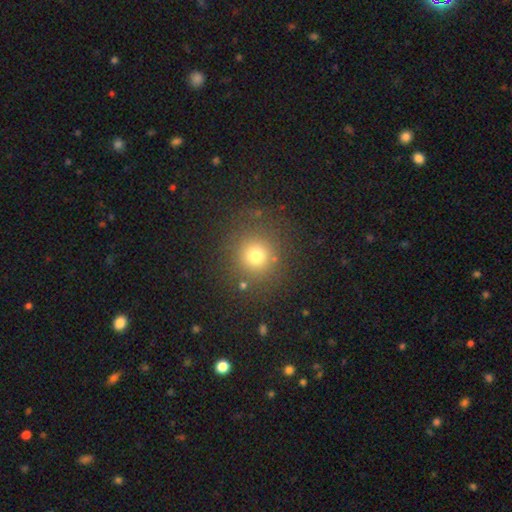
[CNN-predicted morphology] Smooth or featured?
  - smooth: 72% *
  - star or artifact: 19%
  - featured or disk: 10%
How rounded?
  - round: 92% *
  - in between: 7%
  - cigar-shaped: 1%
Merging?
  - none: 83% *
  - minor disturbance: 9%
  - major disturbance: 5%
  - merger: 3%